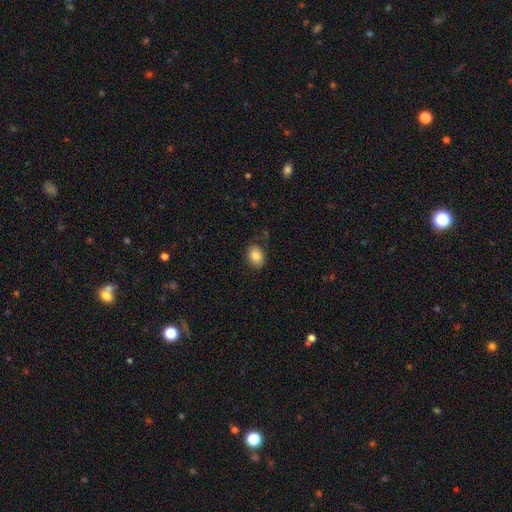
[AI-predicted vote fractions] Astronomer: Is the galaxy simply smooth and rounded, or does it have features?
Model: smooth — 84%.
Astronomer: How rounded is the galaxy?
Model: in between — 68%.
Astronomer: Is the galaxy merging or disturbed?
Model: none — 78%.